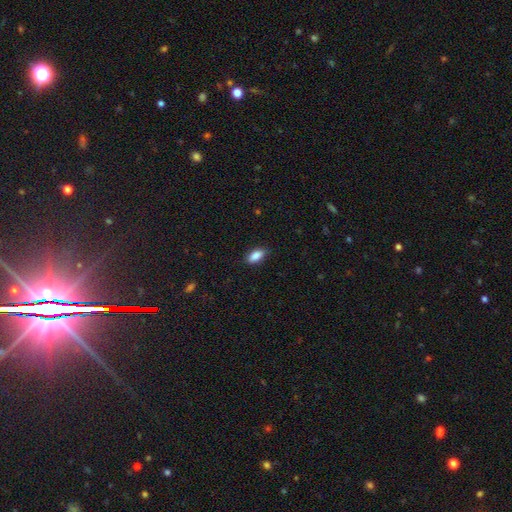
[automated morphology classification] smooth-or-featured: smooth: 88% | star or artifact: 7% | featured or disk: 5%
  how-rounded: in between: 88% | cigar-shaped: 9% | round: 3%
  merging: none: 84% | minor disturbance: 12% | major disturbance: 2% | merger: 1%